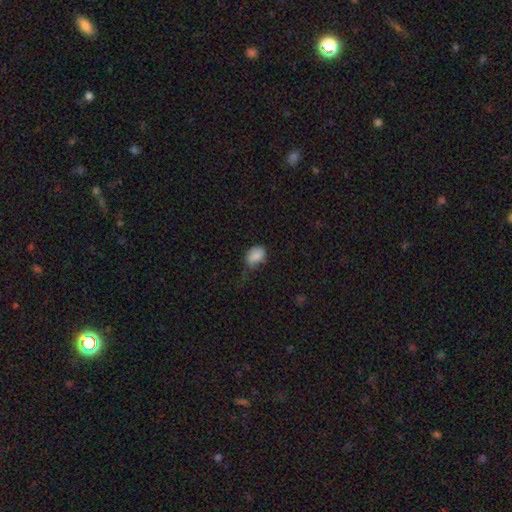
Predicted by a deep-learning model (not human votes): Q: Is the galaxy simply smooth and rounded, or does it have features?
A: smooth — 85%.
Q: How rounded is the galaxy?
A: in between — 77%.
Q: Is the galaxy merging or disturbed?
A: none — 41%.